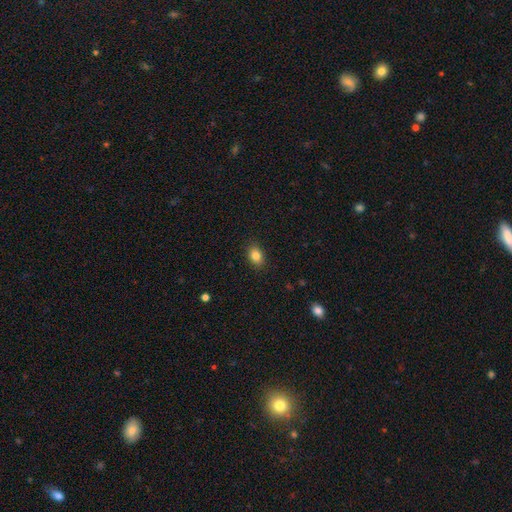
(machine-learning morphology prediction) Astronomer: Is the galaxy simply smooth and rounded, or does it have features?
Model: smooth — 84%.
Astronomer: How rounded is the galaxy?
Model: in between — 73%.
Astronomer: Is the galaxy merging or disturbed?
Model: none — 88%.